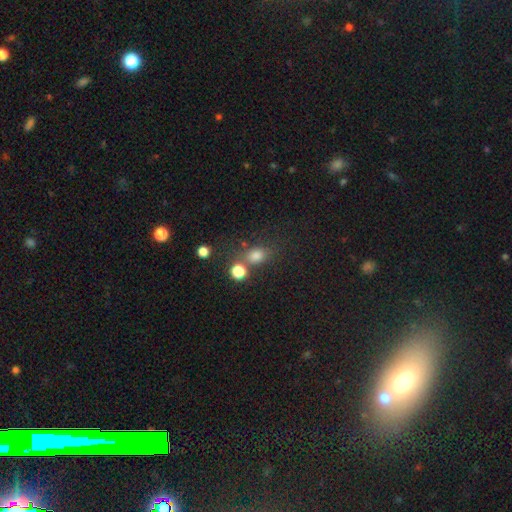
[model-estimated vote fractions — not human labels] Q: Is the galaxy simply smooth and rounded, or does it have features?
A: smooth — 74%.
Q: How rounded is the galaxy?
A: round — 54%.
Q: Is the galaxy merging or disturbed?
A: none — 61%.